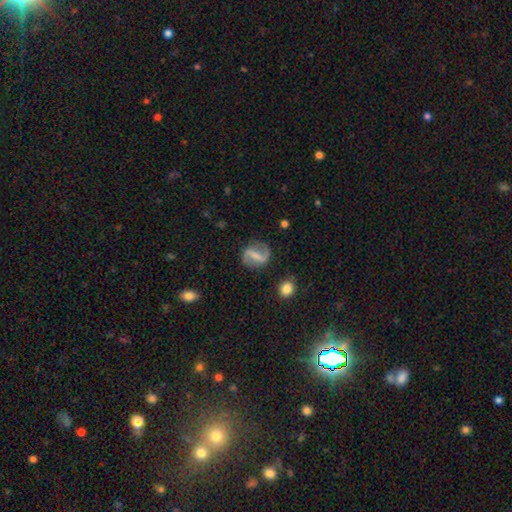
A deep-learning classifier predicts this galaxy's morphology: Smooth or featured? featured or disk (78%)
Edge-on disk? no (97%)
Bar? strong (67%)
Spiral arms? yes (87%)
Spiral winding? loose (53%)
Spiral arm count? 2 (90%)
Bulge size? none (54%)
Merging? none (80%)